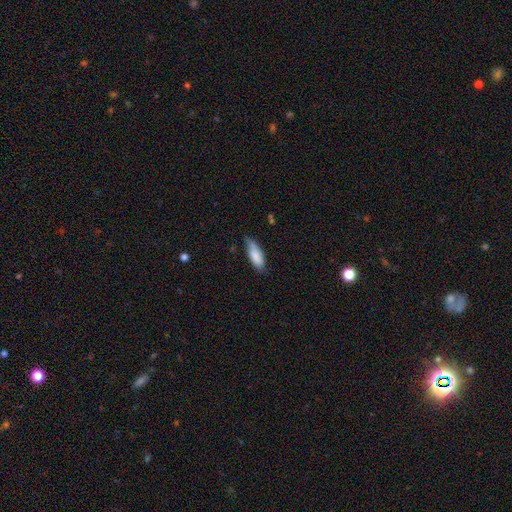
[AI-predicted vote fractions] Overall: smooth (79%). How rounded: in between (67%; cigar-shaped 31%). Merging: none (51%; minor disturbance 38%).